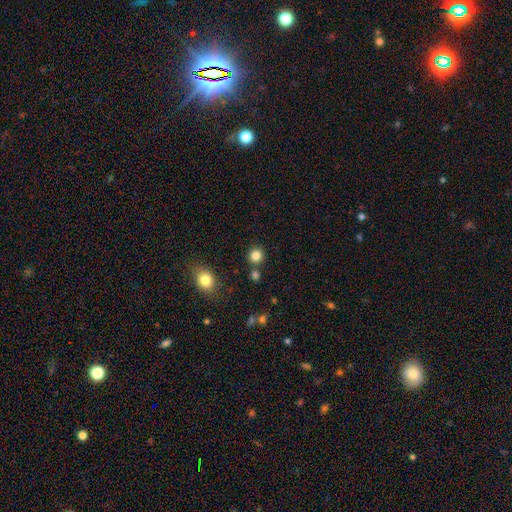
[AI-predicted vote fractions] A smooth galaxy with no disk features (84%) that is round (91%). Merging: none (84%).